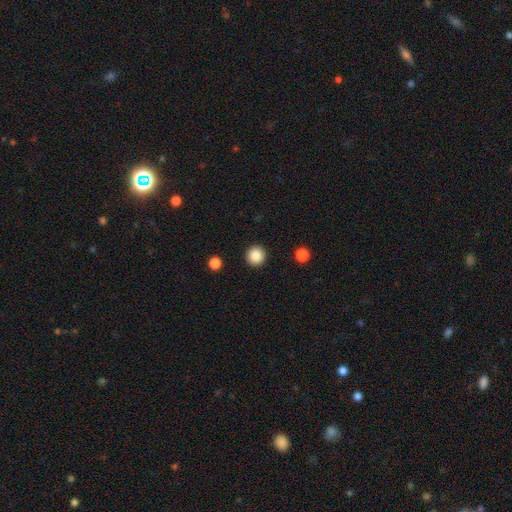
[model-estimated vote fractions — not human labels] smooth 88%, star or artifact 9%, featured or disk 3%. Down the decision tree: how rounded — round (96%); merging — none (93%).